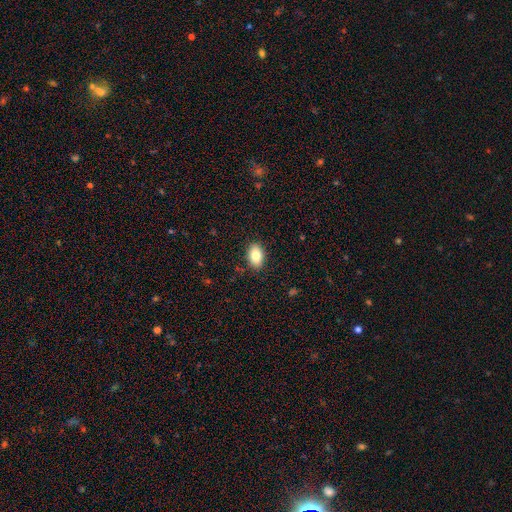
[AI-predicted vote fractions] Q: Smooth or featured?
A: smooth (83%); runner-up: featured or disk (10%)
Q: How rounded?
A: in between (89%); runner-up: round (10%)
Q: Merging?
A: none (88%); runner-up: minor disturbance (9%)